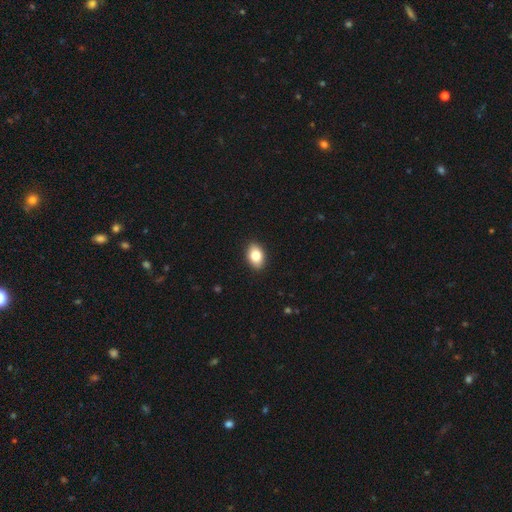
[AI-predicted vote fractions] A smooth galaxy with no disk features (82%) that is in between round and cigar-shaped (87%).

Vote fractions:
- Smooth or featured? smooth: 82% / featured or disk: 10% / star or artifact: 8%
- How rounded? in between: 87% / round: 12% / cigar-shaped: 1%
- Merging? none: 90% / minor disturbance: 7% / major disturbance: 2% / merger: 1%